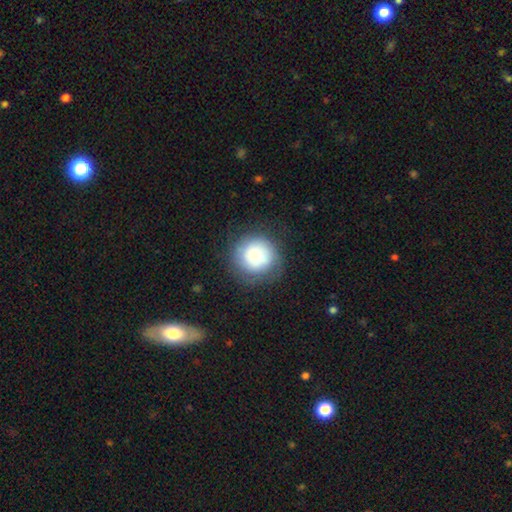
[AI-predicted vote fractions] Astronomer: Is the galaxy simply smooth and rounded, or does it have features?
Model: smooth — 75%.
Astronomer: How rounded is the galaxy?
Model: round — 92%.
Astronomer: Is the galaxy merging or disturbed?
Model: none — 72%.